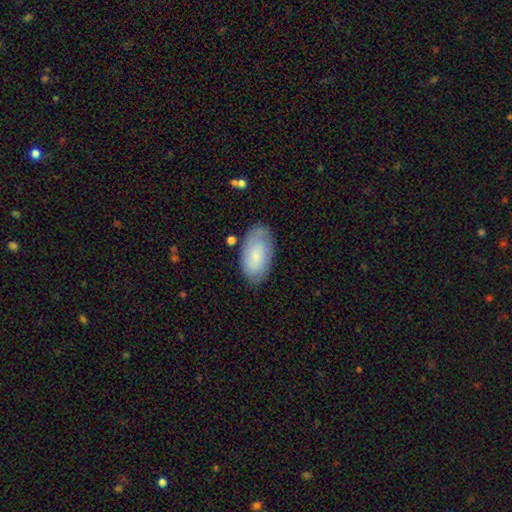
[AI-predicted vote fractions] This is likely a smooth galaxy (68%). How rounded: clearly in between (95%). Merging: likely none (76%).